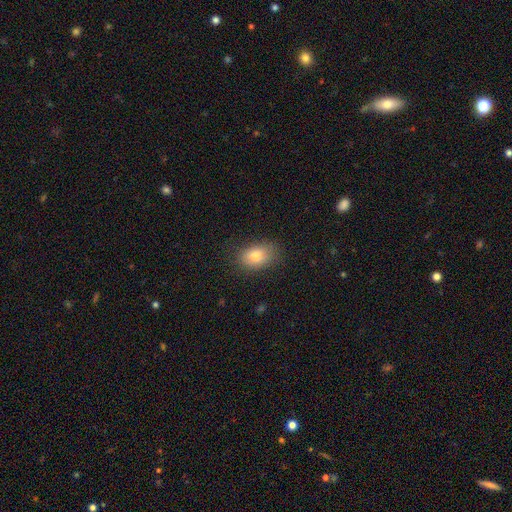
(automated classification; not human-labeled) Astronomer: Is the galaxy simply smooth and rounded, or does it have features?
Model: smooth — 80%.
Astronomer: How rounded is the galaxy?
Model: in between — 83%.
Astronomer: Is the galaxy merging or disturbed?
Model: none — 80%.